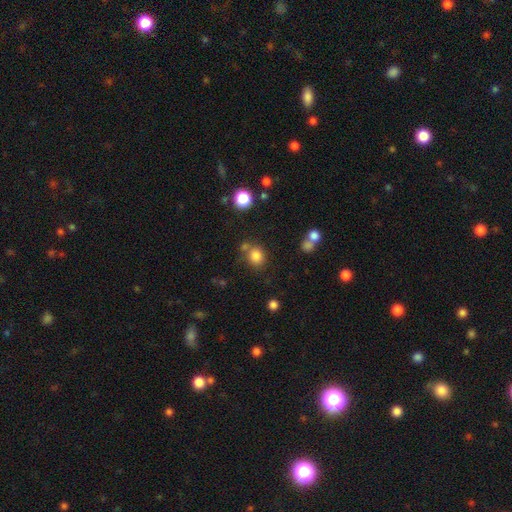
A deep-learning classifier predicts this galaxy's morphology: Smooth or featured?
  - smooth: 82% *
  - star or artifact: 12%
  - featured or disk: 6%
How rounded?
  - round: 75% *
  - in between: 24%
  - cigar-shaped: 1%
Merging?
  - none: 69% *
  - merger: 14%
  - minor disturbance: 12%
  - major disturbance: 5%